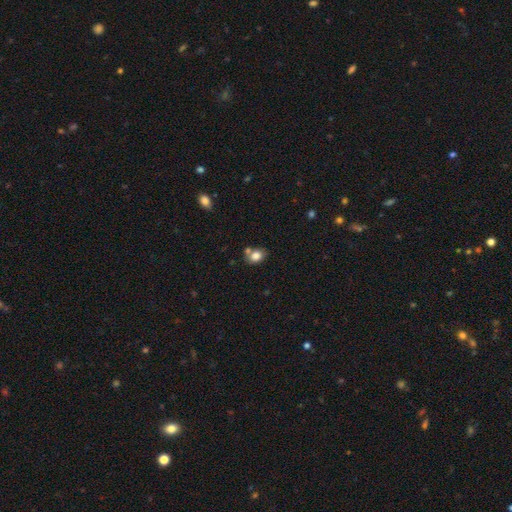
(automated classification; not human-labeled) Smooth or featured? smooth (81%)
How rounded? in between (63%)
Merging? none (59%)